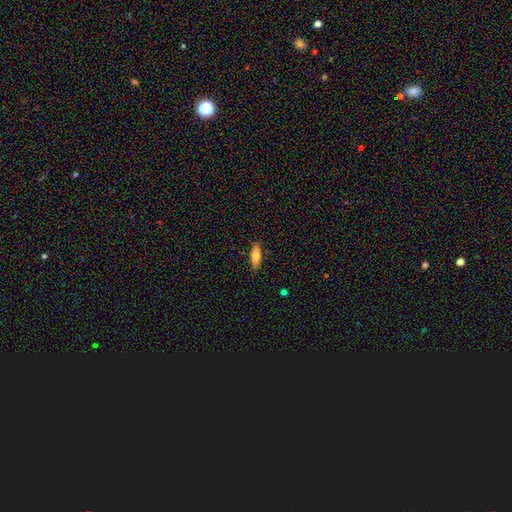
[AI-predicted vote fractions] A smooth galaxy with no disk features (73%) that is in between round and cigar-shaped (60%).

Vote fractions:
- Smooth or featured? smooth: 73% / featured or disk: 20% / star or artifact: 7%
- How rounded? in between: 60% / cigar-shaped: 38% / round: 2%
- Merging? none: 86% / minor disturbance: 10% / major disturbance: 2% / merger: 1%